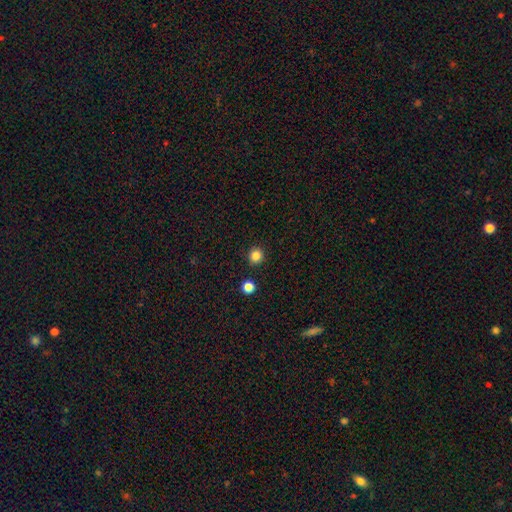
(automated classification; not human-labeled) Morphology: type=smooth (84%); roundness=round (92%); merging=none (91%).